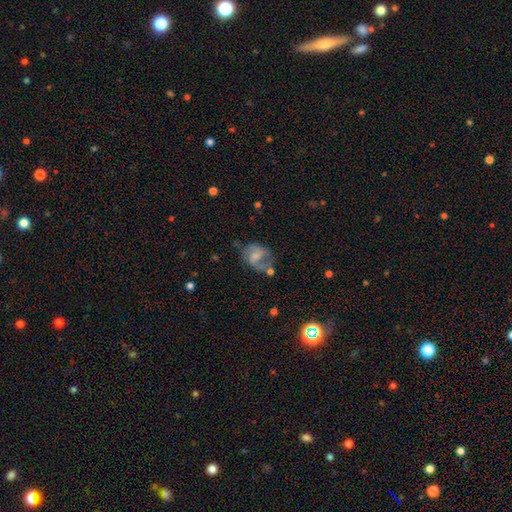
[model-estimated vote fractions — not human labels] Smooth or featured?
  - featured or disk: 55% *
  - smooth: 36%
  - star or artifact: 9%
Edge-on disk?
  - no: 97% *
  - yes: 3%
Bar?
  - weak: 47% *
  - no: 35%
  - strong: 18%
Spiral arms?
  - yes: 70% *
  - no: 30%
Bulge size?
  - small: 39% *
  - moderate: 32%
  - none: 22%
  - large: 5%
  - dominant: 1%
Merging?
  - none: 42% *
  - minor disturbance: 26%
  - major disturbance: 23%
  - merger: 9%